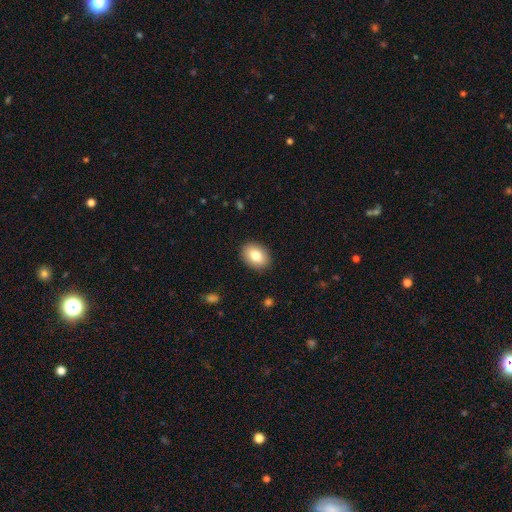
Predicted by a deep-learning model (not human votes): Q: Smooth or featured?
A: smooth (81%); runner-up: featured or disk (11%)
Q: How rounded?
A: in between (78%); runner-up: round (21%)
Q: Merging?
A: none (89%); runner-up: minor disturbance (8%)